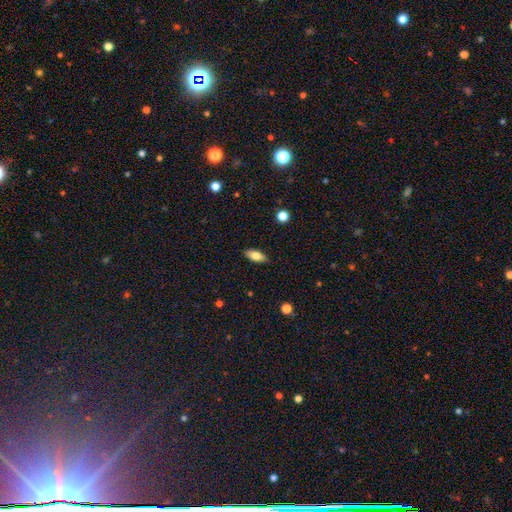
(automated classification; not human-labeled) Smooth or featured? Predicted: smooth (p=0.74). How rounded? Predicted: in between (p=0.81). Merging? Predicted: none (p=0.88).